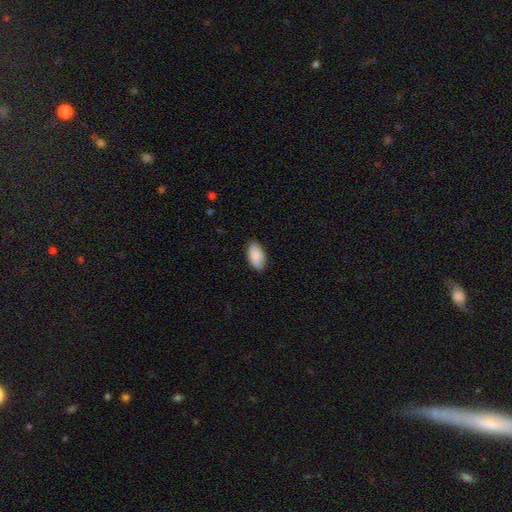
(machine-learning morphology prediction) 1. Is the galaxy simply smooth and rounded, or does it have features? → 87% smooth, 7% featured or disk, 6% star or artifact.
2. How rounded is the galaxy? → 94% in between, 3% cigar-shaped, 3% round.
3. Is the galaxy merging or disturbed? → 81% none, 15% minor disturbance, 3% major disturbance, 1% merger.